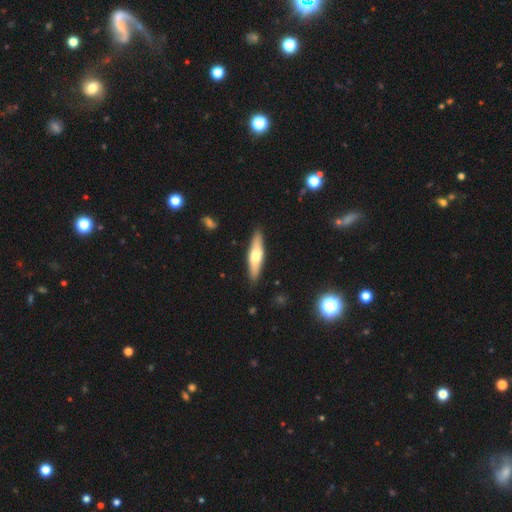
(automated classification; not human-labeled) smooth-or-featured: smooth: 51% | featured or disk: 44% | star or artifact: 5%
  how-rounded: cigar-shaped: 66% | in between: 32% | round: 2%
  merging: none: 88% | minor disturbance: 9% | major disturbance: 2% | merger: 1%